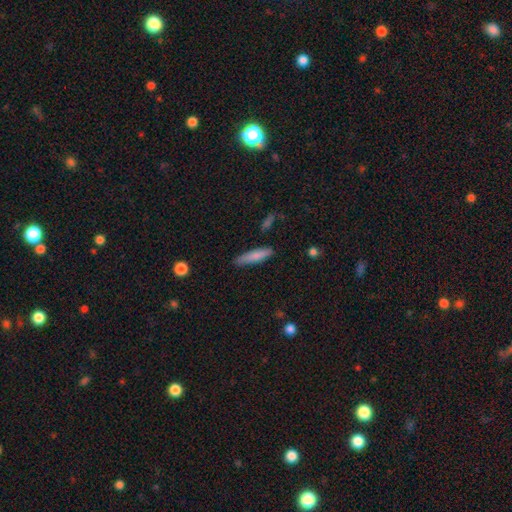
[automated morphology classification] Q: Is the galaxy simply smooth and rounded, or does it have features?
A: smooth — 79%.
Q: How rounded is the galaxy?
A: cigar-shaped — 83%.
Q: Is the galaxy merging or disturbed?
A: none — 83%.